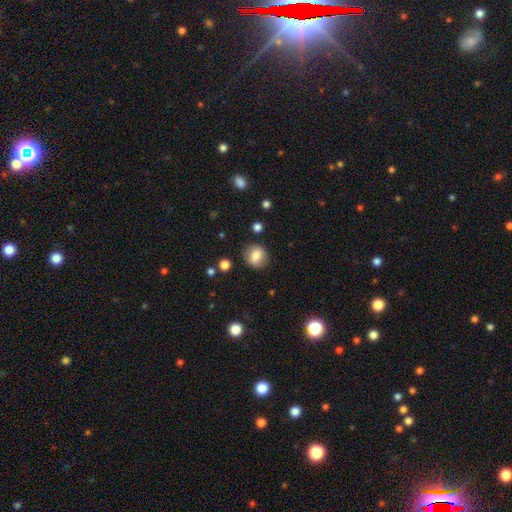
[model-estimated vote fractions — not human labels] The model was most divided on "how rounded": round: 75%, in between: 24%, cigar-shaped: 1%. More confident: merging — none (84%); smooth or featured — smooth (77%).